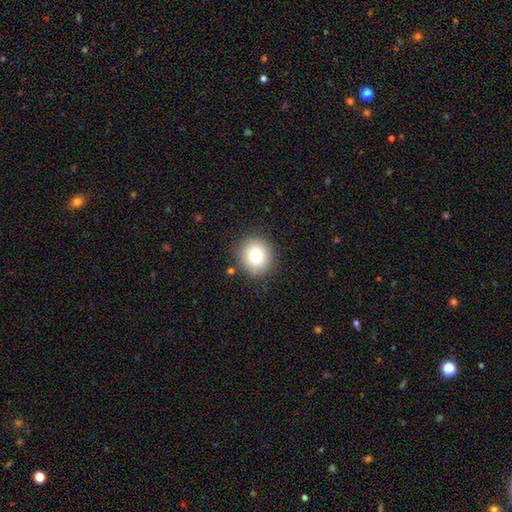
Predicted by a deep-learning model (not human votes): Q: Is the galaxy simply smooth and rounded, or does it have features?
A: smooth — 78%.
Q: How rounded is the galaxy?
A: round — 87%.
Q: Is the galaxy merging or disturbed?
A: none — 88%.